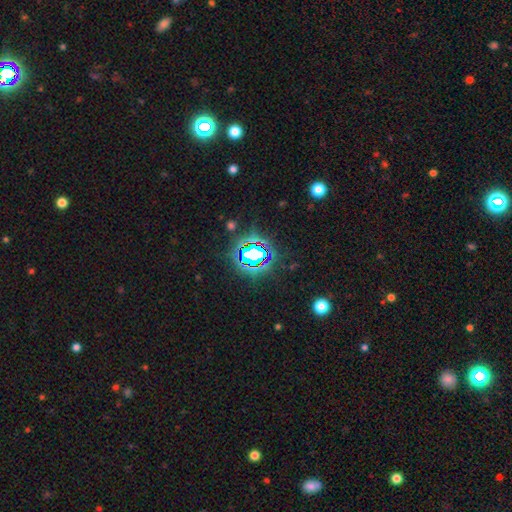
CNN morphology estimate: Smooth or featured?
  - star or artifact: 82% *
  - smooth: 11%
  - featured or disk: 7%